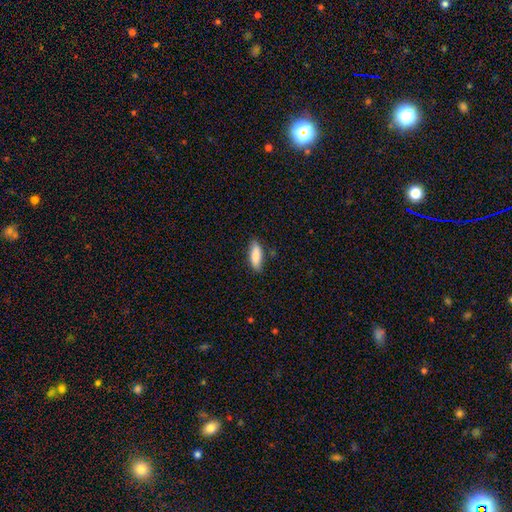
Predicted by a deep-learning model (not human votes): smooth_or_featured: smooth (p=0.86) [alt: featured or disk p=0.08]
how_rounded: in between (p=0.61) [alt: cigar-shaped p=0.37]
merging: none (p=0.79) [alt: minor disturbance p=0.16]